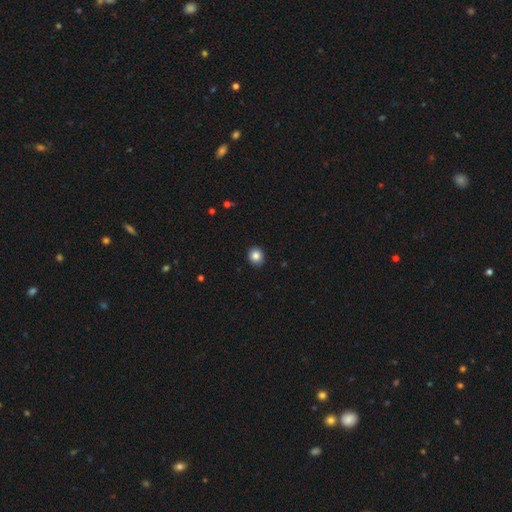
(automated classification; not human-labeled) The model was most divided on "how rounded": round: 80%, in between: 19%, cigar-shaped: 1%. More confident: merging — none (92%); smooth or featured — smooth (85%).